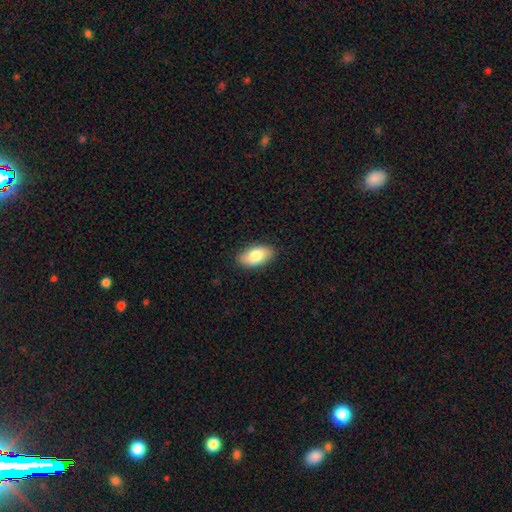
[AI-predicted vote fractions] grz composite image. It shows a smooth galaxy with no disk features (81%) that is in between round and cigar-shaped (94%). Merging: none (88%).